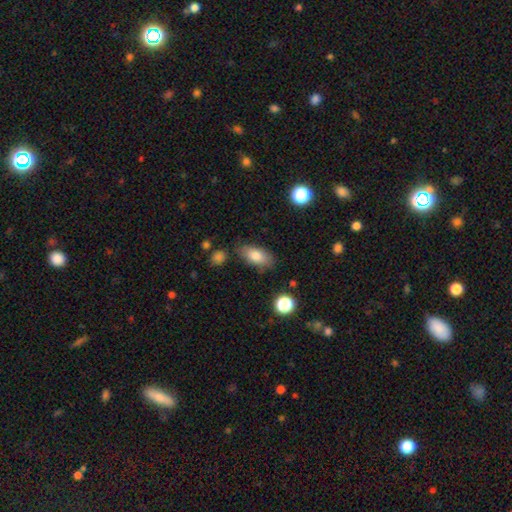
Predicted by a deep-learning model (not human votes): Smooth or featured? Predicted: smooth (p=0.79). How rounded? Predicted: in between (p=0.88). Merging? Predicted: none (p=0.79).